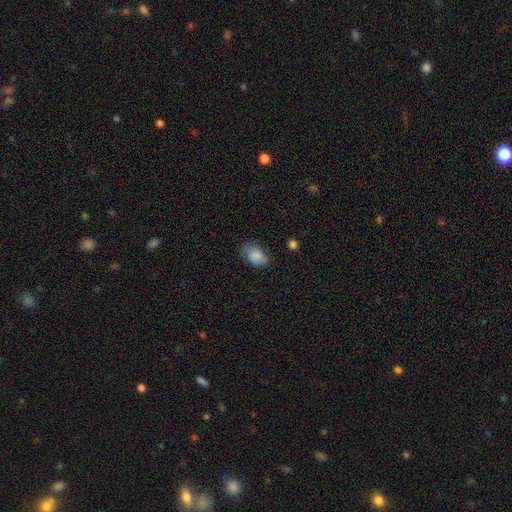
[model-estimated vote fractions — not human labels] Q: Smooth or featured?
A: smooth (84%); runner-up: star or artifact (8%)
Q: How rounded?
A: in between (85%); runner-up: round (13%)
Q: Merging?
A: none (56%); runner-up: minor disturbance (32%)